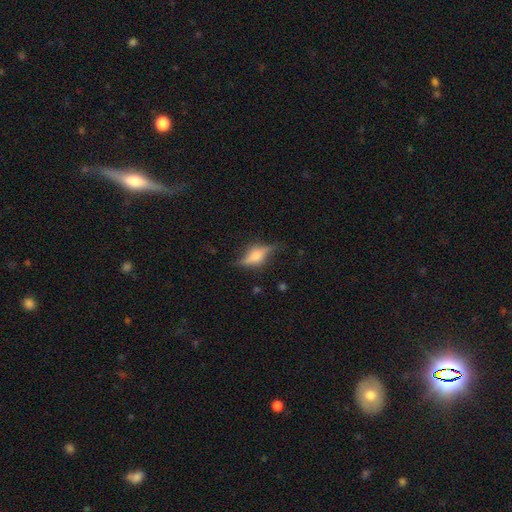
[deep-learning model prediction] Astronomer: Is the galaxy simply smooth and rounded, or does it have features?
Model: featured or disk — 66%.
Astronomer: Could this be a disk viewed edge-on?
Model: yes — 88%.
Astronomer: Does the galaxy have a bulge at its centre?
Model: rounded — 88%.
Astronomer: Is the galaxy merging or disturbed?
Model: none — 70%.